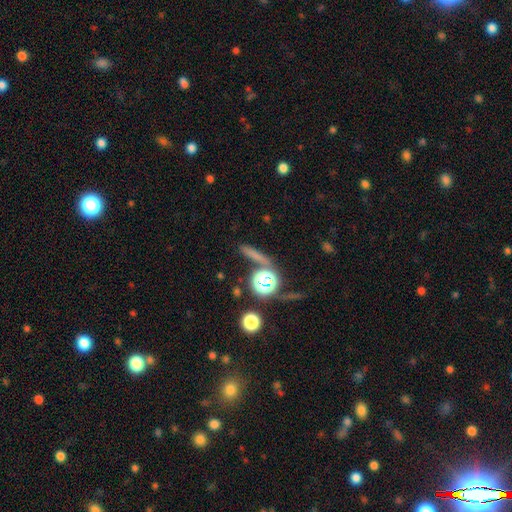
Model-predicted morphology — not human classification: Smooth or featured: smooth — 53% (star or artifact — 29%)
How rounded: cigar-shaped — 62% (round — 23%)
Merging: none — 69% (minor disturbance — 12%)